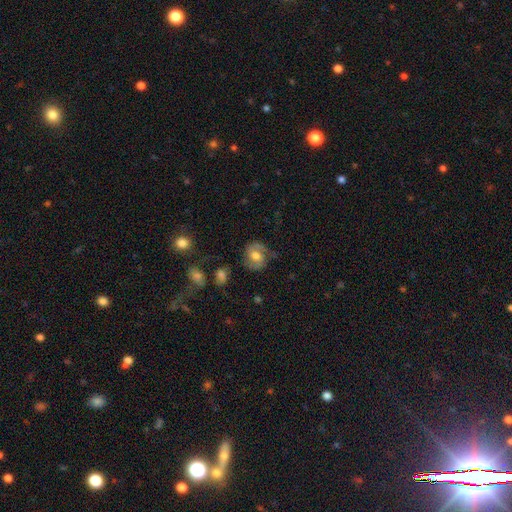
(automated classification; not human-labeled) Morphology: type=featured or disk (59%); edge-on=no (97%); bar=no (52%); spiral arms=yes (85%); bulge=moderate (62%); merging=none (68%).